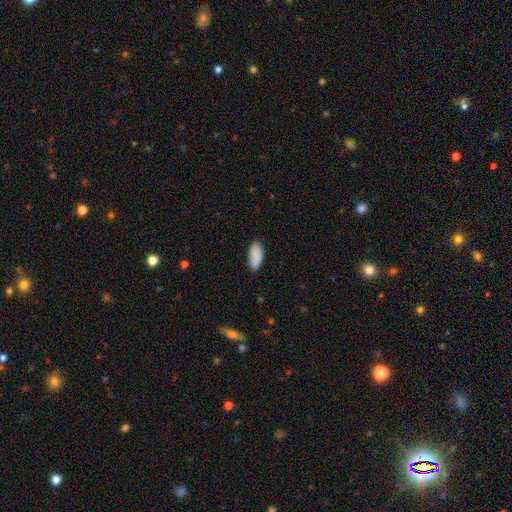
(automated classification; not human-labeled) smooth 89%, star or artifact 7%, featured or disk 4%. Down the decision tree: how rounded — in between (89%); merging — none (80%).